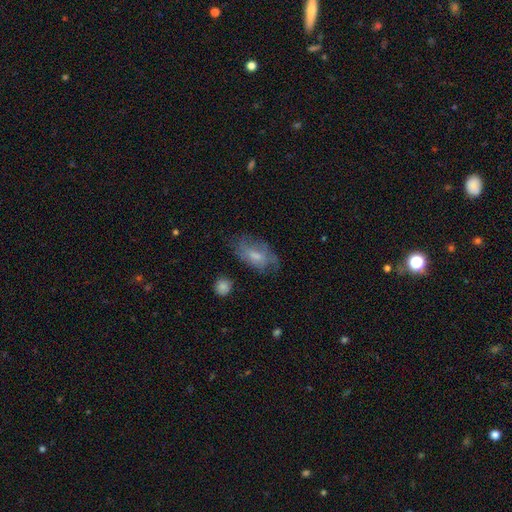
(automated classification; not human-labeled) smooth 51%, featured or disk 41%, star or artifact 8%. Down the decision tree: how rounded — in between (90%); merging — none (57%).